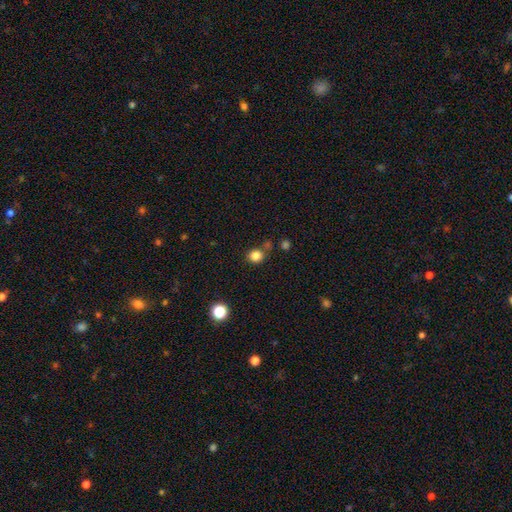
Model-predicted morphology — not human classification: This appears to be a smooth galaxy with no disk features (84%) that is round (77%). Merging: none (76%).